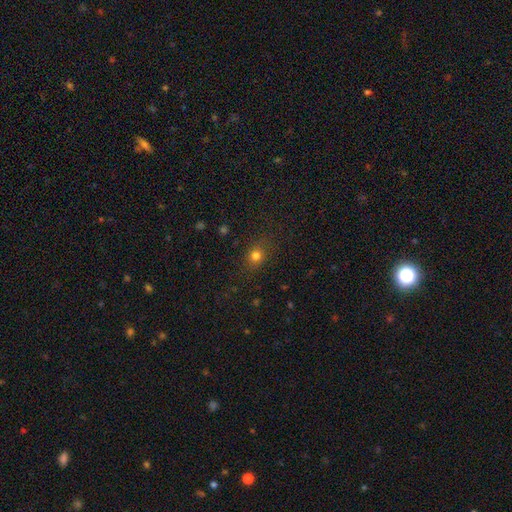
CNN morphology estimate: smooth_or_featured: smooth (p=0.77) [alt: star or artifact p=0.16]
how_rounded: round (p=0.70) [alt: in between p=0.28]
merging: none (p=0.84) [alt: minor disturbance p=0.10]